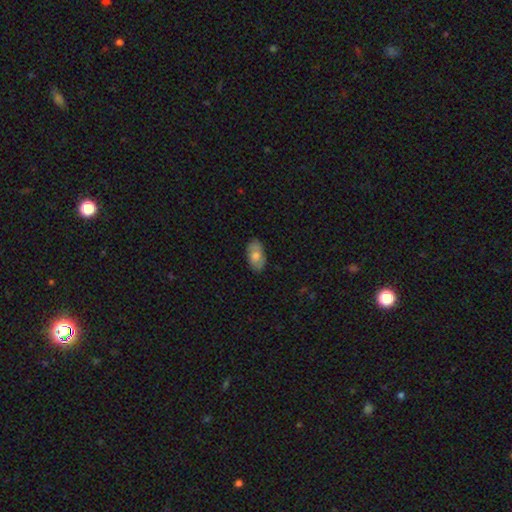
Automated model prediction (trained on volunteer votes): This is likely a smooth galaxy (71%). How rounded: clearly in between (93%). Merging: clearly none (82%).